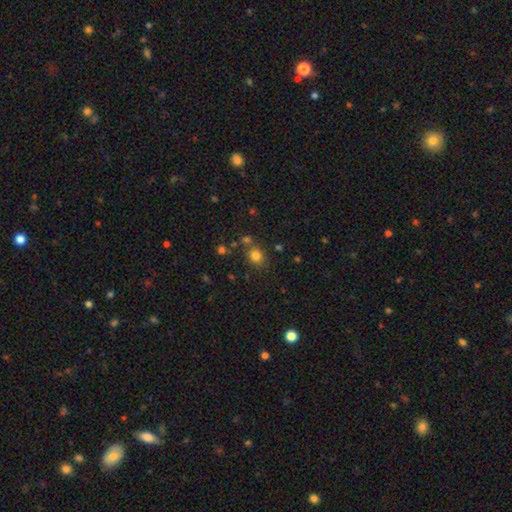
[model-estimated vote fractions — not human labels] Smooth or featured?
  - smooth: 78% *
  - star or artifact: 16%
  - featured or disk: 7%
How rounded?
  - round: 76% *
  - in between: 23%
  - cigar-shaped: 1%
Merging?
  - none: 72% *
  - merger: 13%
  - minor disturbance: 11%
  - major disturbance: 4%